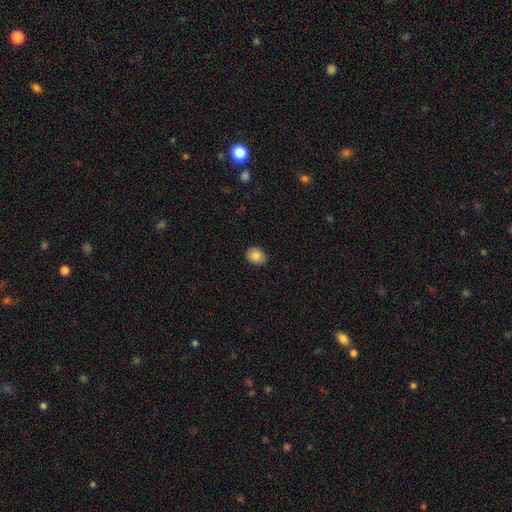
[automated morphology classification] A smooth galaxy with no disk features (82%) that is in between round and cigar-shaped (55%). Merging: none (86%).